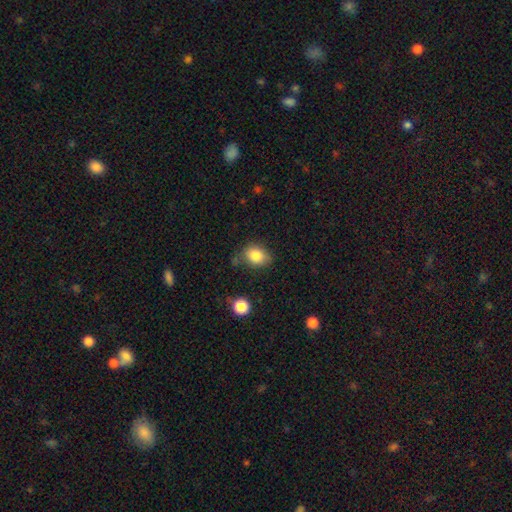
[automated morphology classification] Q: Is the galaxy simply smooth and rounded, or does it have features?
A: smooth — 84%.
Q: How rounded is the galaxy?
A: in between — 60%.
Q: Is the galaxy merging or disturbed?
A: none — 73%.